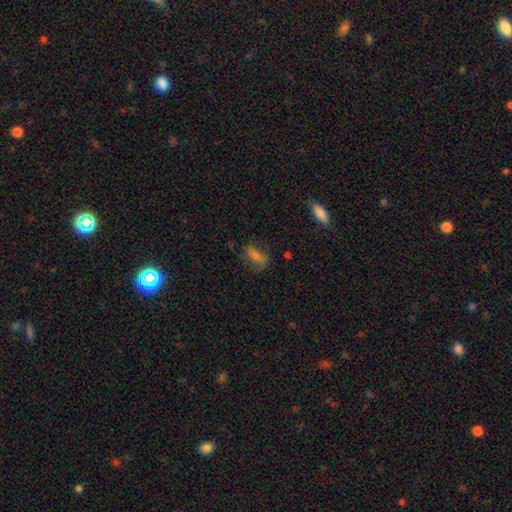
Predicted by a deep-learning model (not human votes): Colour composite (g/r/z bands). It shows a smooth galaxy with no disk features (46%). Merging: none (62%).